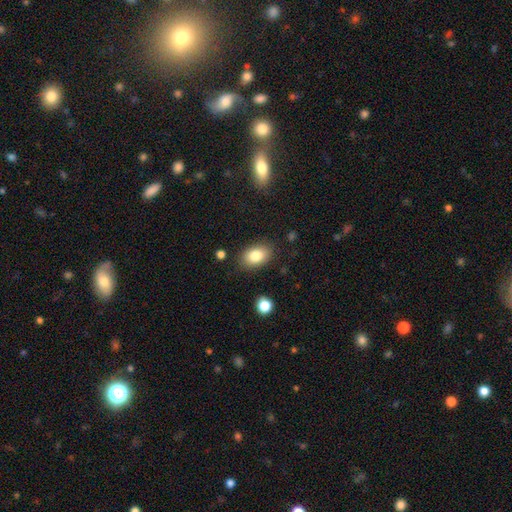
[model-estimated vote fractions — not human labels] Q: Smooth or featured?
A: smooth (83%); runner-up: featured or disk (9%)
Q: How rounded?
A: in between (85%); runner-up: round (13%)
Q: Merging?
A: none (84%); runner-up: minor disturbance (11%)